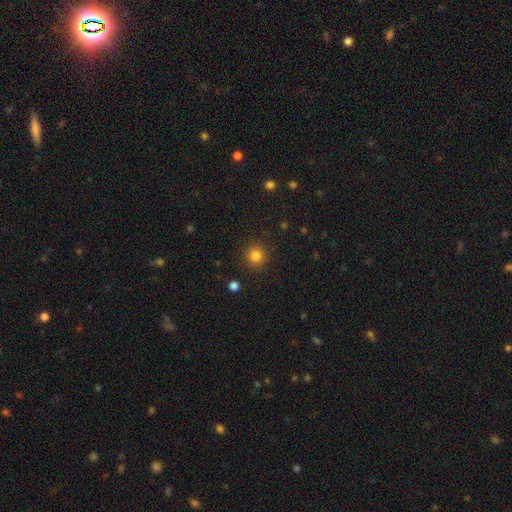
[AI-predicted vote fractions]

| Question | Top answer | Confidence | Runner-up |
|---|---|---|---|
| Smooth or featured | smooth | 83% | star or artifact (12%) |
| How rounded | round | 92% | in between (7%) |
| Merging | none | 89% | minor disturbance (7%) |